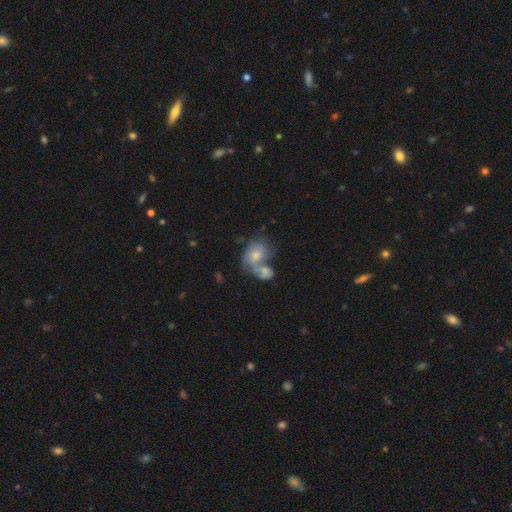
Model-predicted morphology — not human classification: Q: Smooth or featured?
A: featured or disk (49%); runner-up: smooth (38%)
Q: Merging?
A: merger (54%); runner-up: none (28%)